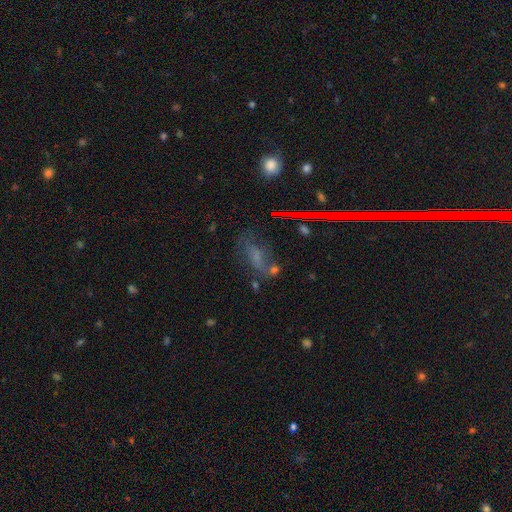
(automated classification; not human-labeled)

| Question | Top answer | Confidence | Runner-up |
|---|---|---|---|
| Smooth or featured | smooth | 41% | featured or disk (32%) |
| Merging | none | 44% | major disturbance (23%) |